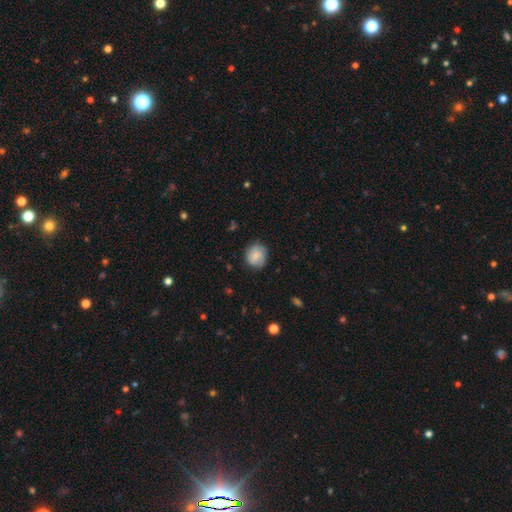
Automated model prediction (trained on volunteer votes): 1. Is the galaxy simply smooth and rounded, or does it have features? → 68% smooth, 25% featured or disk, 7% star or artifact.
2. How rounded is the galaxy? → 74% round, 25% in between, 1% cigar-shaped.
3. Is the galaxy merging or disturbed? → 75% none, 19% minor disturbance, 4% major disturbance, 1% merger.